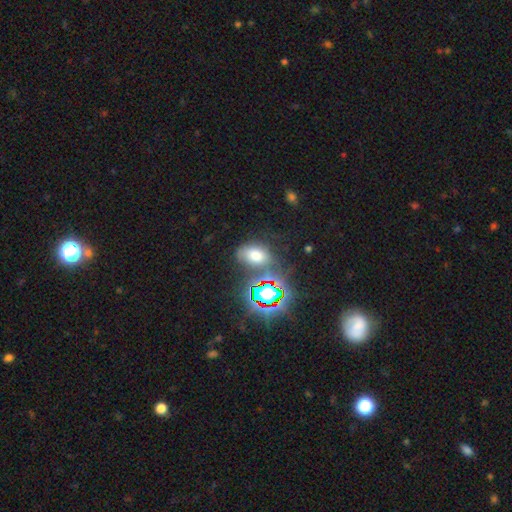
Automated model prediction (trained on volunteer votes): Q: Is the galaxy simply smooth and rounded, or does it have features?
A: smooth — 59%.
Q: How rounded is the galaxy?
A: in between — 81%.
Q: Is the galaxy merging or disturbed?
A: none — 58%.